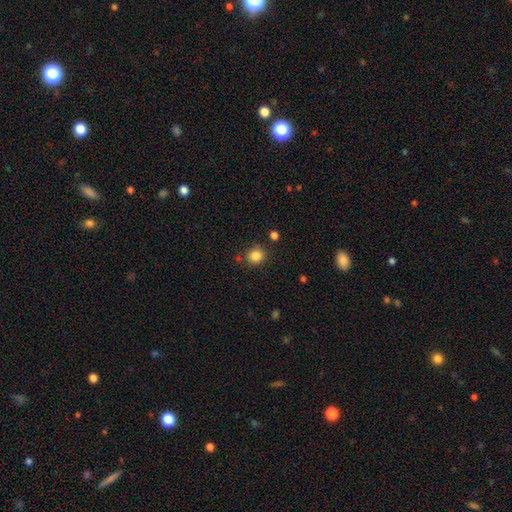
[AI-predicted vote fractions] smooth_or_featured: smooth (p=0.85) [alt: star or artifact p=0.11]
how_rounded: round (p=0.87) [alt: in between p=0.12]
merging: none (p=0.80) [alt: minor disturbance p=0.11]